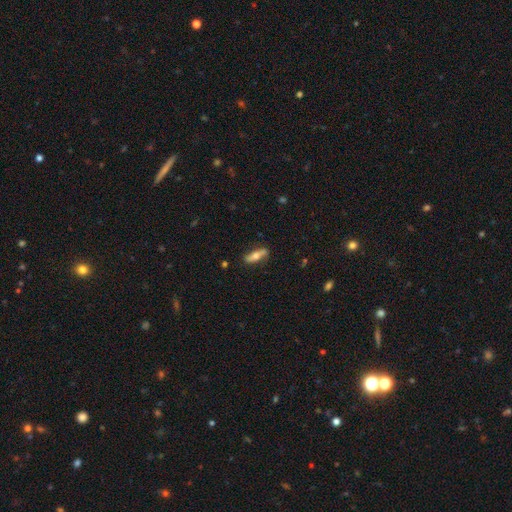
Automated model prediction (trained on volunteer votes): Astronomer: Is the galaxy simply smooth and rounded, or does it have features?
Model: smooth — 52% (runner-up: featured or disk, 42%).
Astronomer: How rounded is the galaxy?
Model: cigar-shaped — 54% (runner-up: in between, 43%).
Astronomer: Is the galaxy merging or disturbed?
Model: none — 81%.